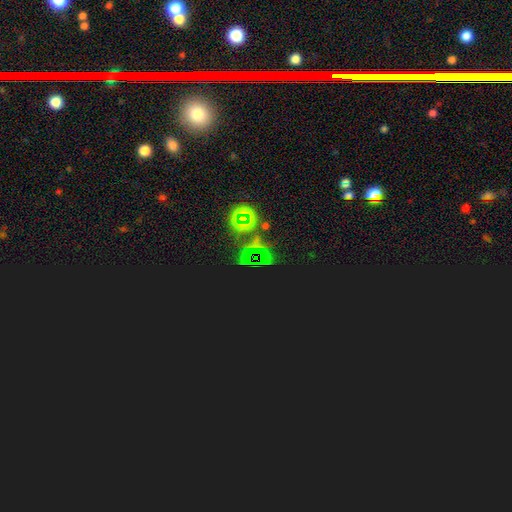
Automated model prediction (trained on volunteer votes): This appears to be a star or artifact, not a galaxy (82%).